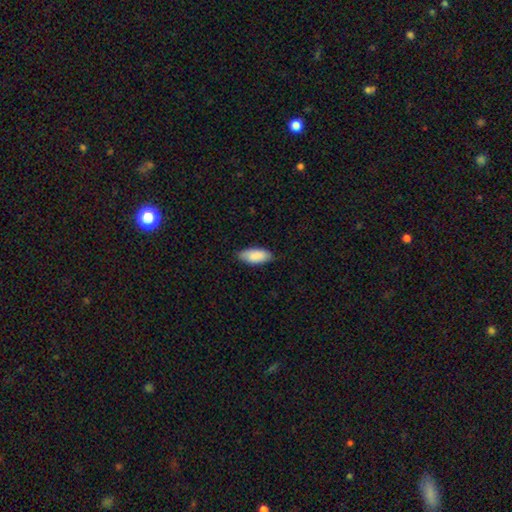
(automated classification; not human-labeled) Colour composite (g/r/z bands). It shows a smooth galaxy with no disk features (89%) that is in between round and cigar-shaped (88%). Merging: none (80%).